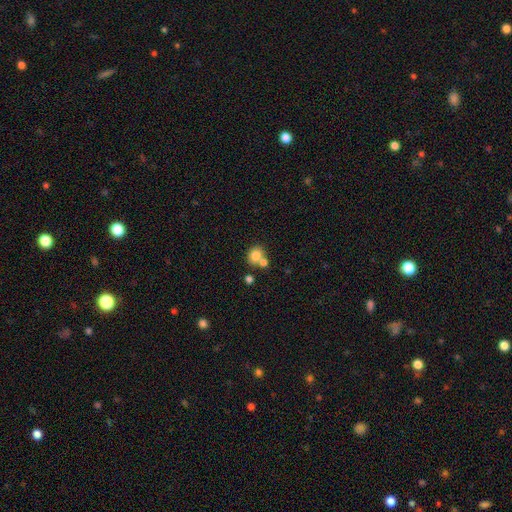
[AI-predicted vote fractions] Smooth or featured? smooth (79%)
How rounded? round (61%)
Merging? none (49%)